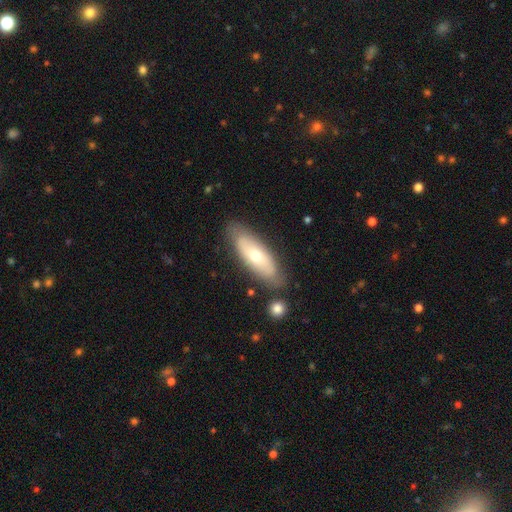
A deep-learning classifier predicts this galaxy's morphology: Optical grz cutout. It shows a smooth galaxy with no disk features (54%) that is in between round and cigar-shaped (61%). Merging: none (79%).